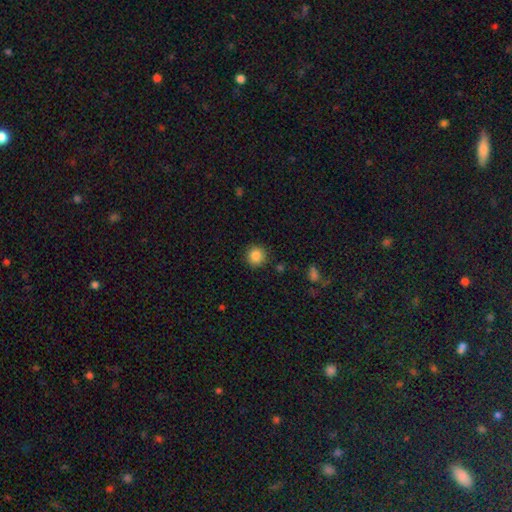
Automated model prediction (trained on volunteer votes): Smooth or featured?
  - smooth: 86% *
  - star or artifact: 10%
  - featured or disk: 5%
How rounded?
  - round: 93% *
  - in between: 6%
  - cigar-shaped: 1%
Merging?
  - none: 90% *
  - minor disturbance: 7%
  - major disturbance: 2%
  - merger: 2%